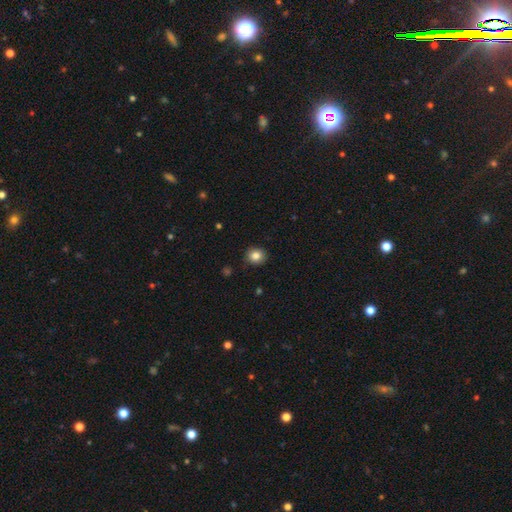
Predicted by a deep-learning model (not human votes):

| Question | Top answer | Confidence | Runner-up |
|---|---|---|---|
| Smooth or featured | smooth | 84% | star or artifact (10%) |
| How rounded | round | 80% | in between (20%) |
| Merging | none | 87% | minor disturbance (10%) |